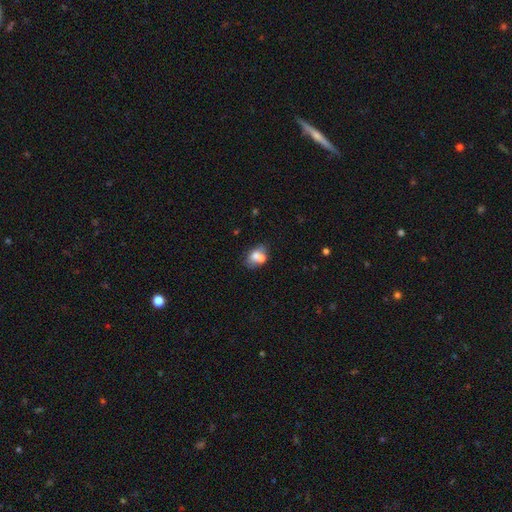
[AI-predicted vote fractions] Q: Smooth or featured?
A: smooth (64%); runner-up: featured or disk (26%)
Q: How rounded?
A: in between (68%); runner-up: round (30%)
Q: Merging?
A: merger (45%); runner-up: none (36%)